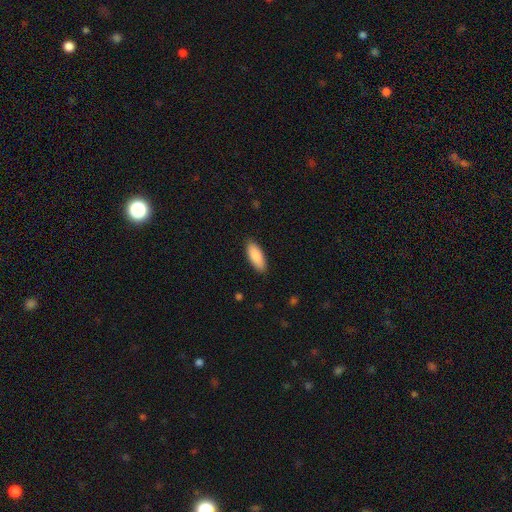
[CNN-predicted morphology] Smooth or featured? Predicted: smooth (p=0.88). How rounded? Predicted: in between (p=0.78). Merging? Predicted: none (p=0.89).